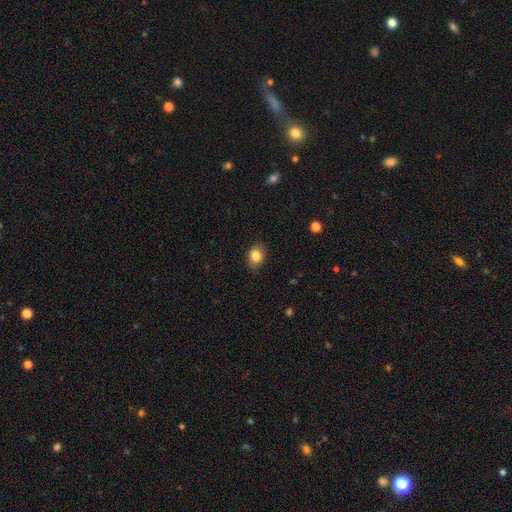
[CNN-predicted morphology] This is clearly a smooth galaxy (84%). How rounded: likely in between (63%). Merging: clearly none (86%).